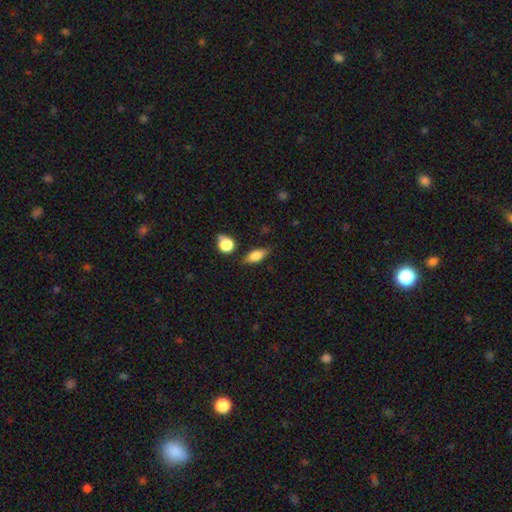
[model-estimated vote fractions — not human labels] This is possibly a smooth galaxy (59%). How rounded: likely in between (67%). Merging: likely none (80%).